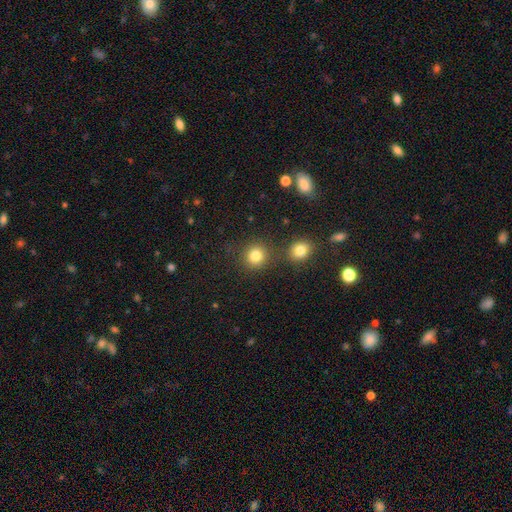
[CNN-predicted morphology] Smooth or featured: smooth — 82% (star or artifact — 12%)
How rounded: round — 88% (in between — 11%)
Merging: none — 78% (merger — 10%)